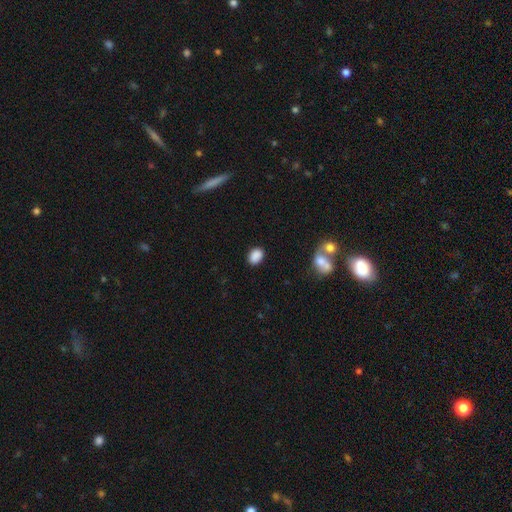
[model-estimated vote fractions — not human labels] Smooth or featured? smooth (87%)
How rounded? in between (74%)
Merging? none (82%)